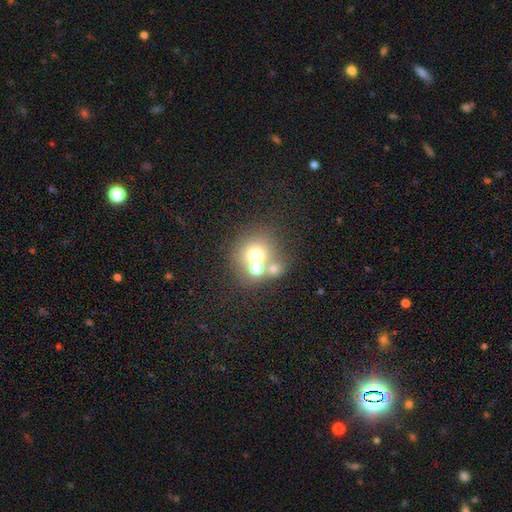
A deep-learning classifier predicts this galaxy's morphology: This is likely a smooth galaxy (62%). How rounded: clearly round (87%). Merging: possibly none (48%).